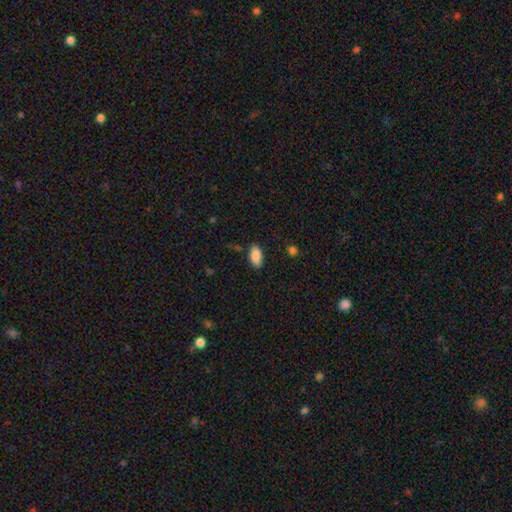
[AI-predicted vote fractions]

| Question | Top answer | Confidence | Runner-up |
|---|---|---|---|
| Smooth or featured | smooth | 87% | star or artifact (7%) |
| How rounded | in between | 92% | cigar-shaped (4%) |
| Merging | none | 83% | minor disturbance (12%) |